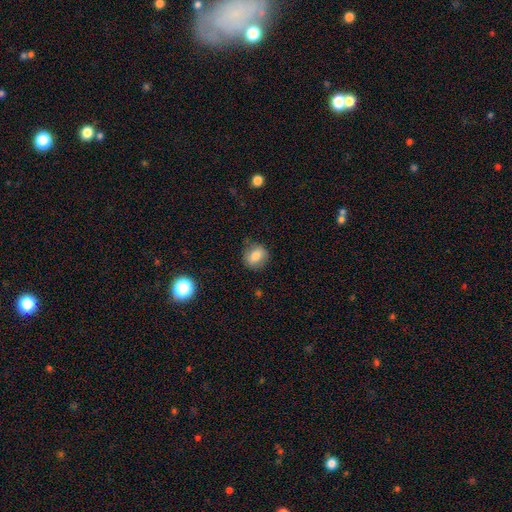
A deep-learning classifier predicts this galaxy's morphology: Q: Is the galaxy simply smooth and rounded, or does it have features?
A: smooth — 78%.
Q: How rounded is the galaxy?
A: round — 67%.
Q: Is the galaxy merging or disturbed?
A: none — 80%.